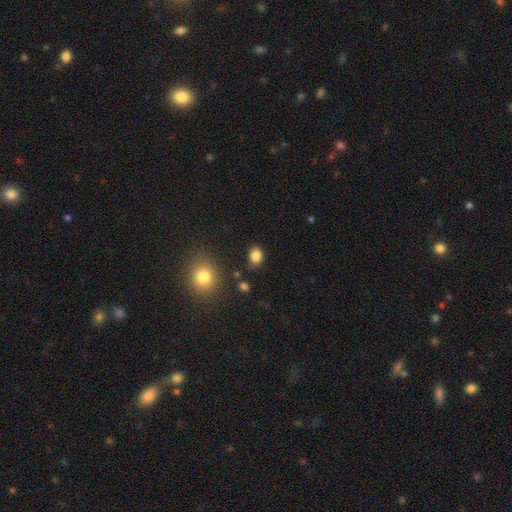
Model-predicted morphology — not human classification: A smooth galaxy with no disk features (84%) that is in between round and cigar-shaped (69%).

Vote fractions:
- Smooth or featured? smooth: 84% / star or artifact: 11% / featured or disk: 5%
- How rounded? in between: 69% / round: 30% / cigar-shaped: 1%
- Merging? none: 79% / minor disturbance: 14% / major disturbance: 4% / merger: 3%